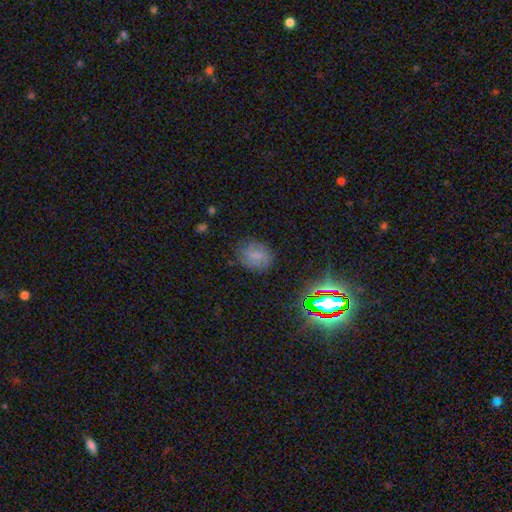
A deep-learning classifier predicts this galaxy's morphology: This appears to be a smooth galaxy with no disk features (67%) that is round (57%). Merging: none (77%).